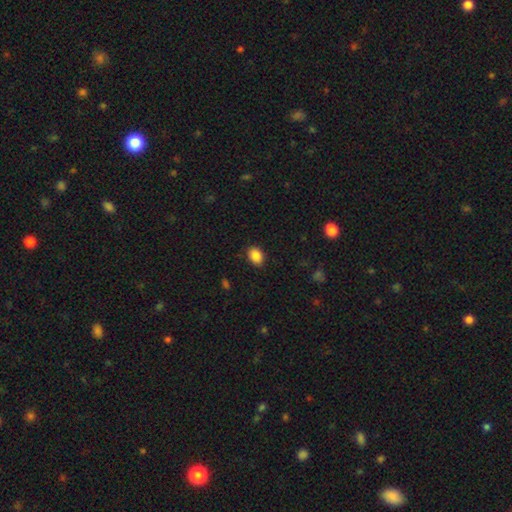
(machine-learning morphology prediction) Smooth or featured: smooth — 87% (star or artifact — 8%)
How rounded: in between — 74% (round — 25%)
Merging: none — 87% (minor disturbance — 10%)